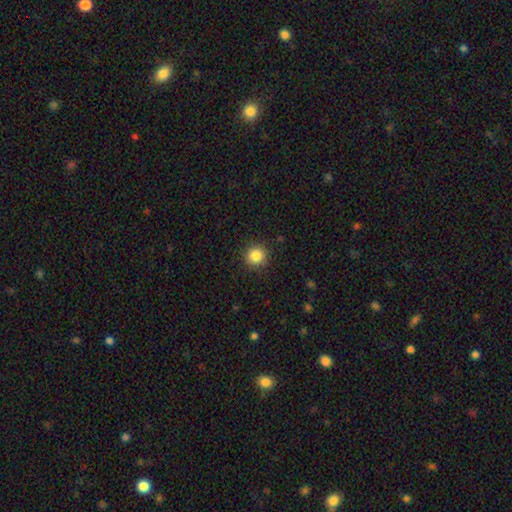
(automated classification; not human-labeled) smooth_or_featured: smooth (p=0.85) [alt: star or artifact p=0.11]
how_rounded: round (p=0.92) [alt: in between p=0.07]
merging: none (p=0.90) [alt: minor disturbance p=0.06]